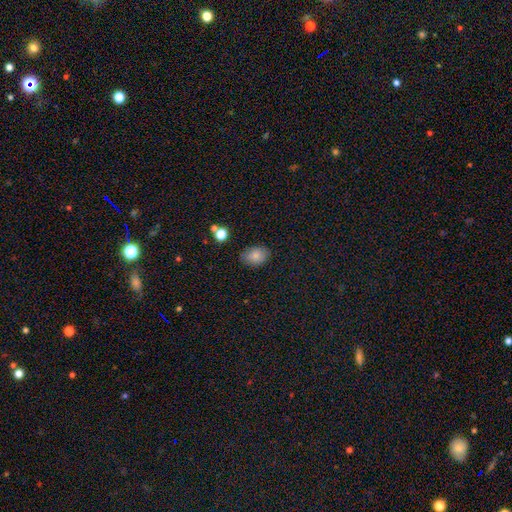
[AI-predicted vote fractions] This appears to be a smooth galaxy with no disk features (84%) that is in between round and cigar-shaped (79%). Merging: none (83%).